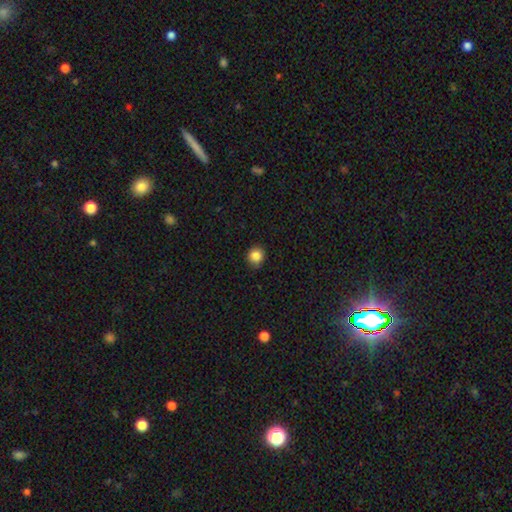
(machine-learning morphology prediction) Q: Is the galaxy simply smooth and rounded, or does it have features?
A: smooth — 85%.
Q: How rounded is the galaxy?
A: round — 87%.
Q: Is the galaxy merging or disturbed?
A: none — 85%.